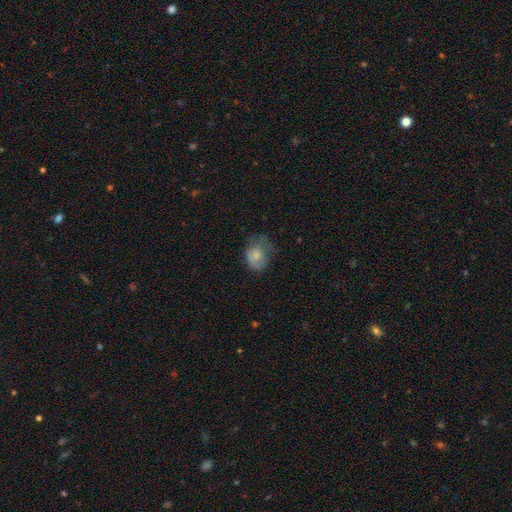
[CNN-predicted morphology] This appears to be a smooth galaxy with no disk features (73%) that is round (52%). Merging: none (42%).